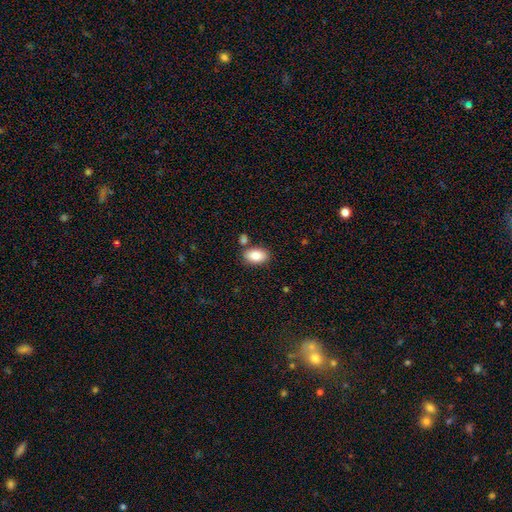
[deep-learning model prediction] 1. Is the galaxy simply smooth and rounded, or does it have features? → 85% smooth, 8% featured or disk, 7% star or artifact.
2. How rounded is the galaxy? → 91% in between, 7% round, 1% cigar-shaped.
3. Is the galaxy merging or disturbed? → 77% none, 11% minor disturbance, 10% merger, 3% major disturbance.